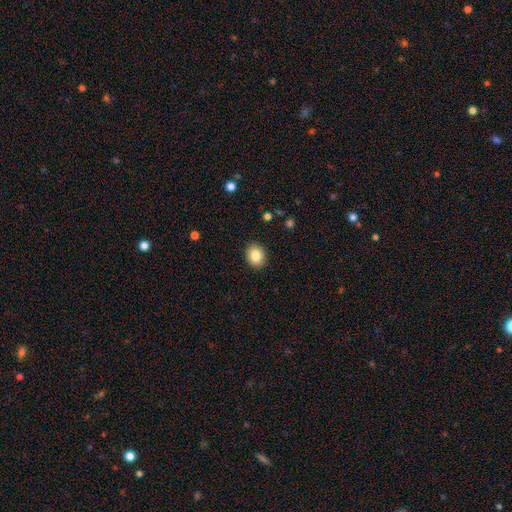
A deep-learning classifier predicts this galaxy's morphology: smooth-or-featured: smooth: 85% | star or artifact: 9% | featured or disk: 7%
  how-rounded: round: 54% | in between: 45% | cigar-shaped: 1%
  merging: none: 90% | minor disturbance: 7% | major disturbance: 2% | merger: 1%